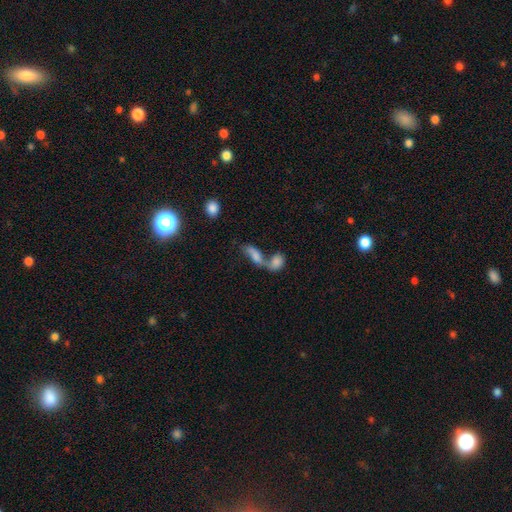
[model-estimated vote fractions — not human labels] smooth_or_featured: smooth (p=0.51) [alt: featured or disk p=0.30]
how_rounded: in between (p=0.61) [alt: cigar-shaped p=0.25]
merging: merger (p=0.57) [alt: none p=0.28]